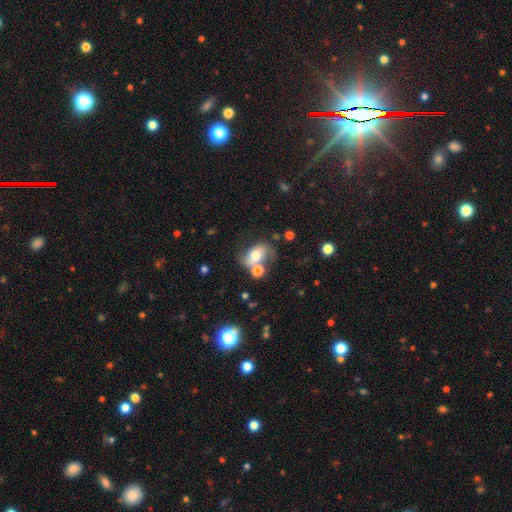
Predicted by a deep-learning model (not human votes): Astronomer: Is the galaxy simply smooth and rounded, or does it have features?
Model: featured or disk — 54% (runner-up: smooth, 36%).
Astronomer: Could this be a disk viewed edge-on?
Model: no — 96%.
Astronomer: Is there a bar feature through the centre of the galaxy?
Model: no — 61%.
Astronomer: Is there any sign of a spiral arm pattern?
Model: yes — 78%.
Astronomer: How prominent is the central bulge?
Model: moderate — 65%.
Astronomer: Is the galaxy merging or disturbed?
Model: none — 44% (runner-up: merger, 26%).